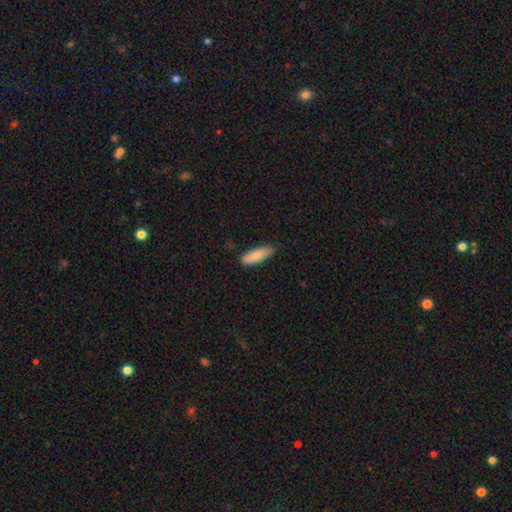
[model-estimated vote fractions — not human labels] A smooth galaxy with no disk features (82%) that is in between round and cigar-shaped (55%).

Vote fractions:
- Smooth or featured? smooth: 82% / featured or disk: 12% / star or artifact: 6%
- How rounded? in between: 55% / cigar-shaped: 44% / round: 2%
- Merging? none: 81% / minor disturbance: 15% / major disturbance: 2% / merger: 1%